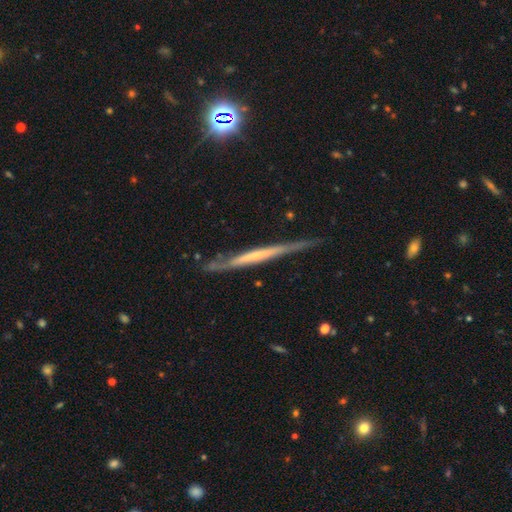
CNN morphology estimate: Q: Smooth or featured?
A: featured or disk (69%); runner-up: smooth (25%)
Q: Edge-on disk?
A: yes (94%); runner-up: no (6%)
Q: Edge-on bulge?
A: none (69%); runner-up: rounded (21%)
Q: Merging?
A: none (72%); runner-up: minor disturbance (21%)